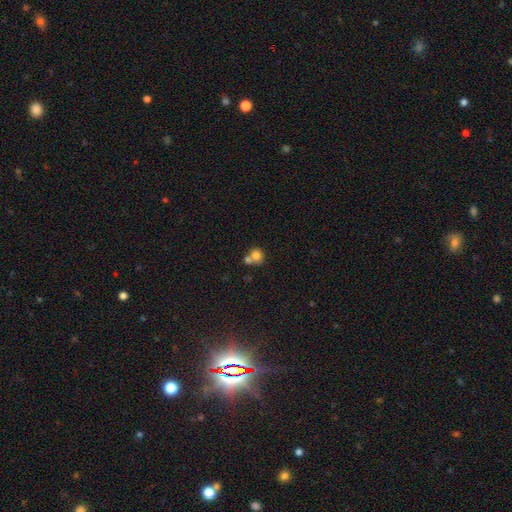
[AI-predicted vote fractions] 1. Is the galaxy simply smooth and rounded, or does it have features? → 78% smooth, 12% featured or disk, 10% star or artifact.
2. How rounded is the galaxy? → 80% round, 19% in between, 1% cigar-shaped.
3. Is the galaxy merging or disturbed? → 50% merger, 39% none, 8% minor disturbance, 3% major disturbance.